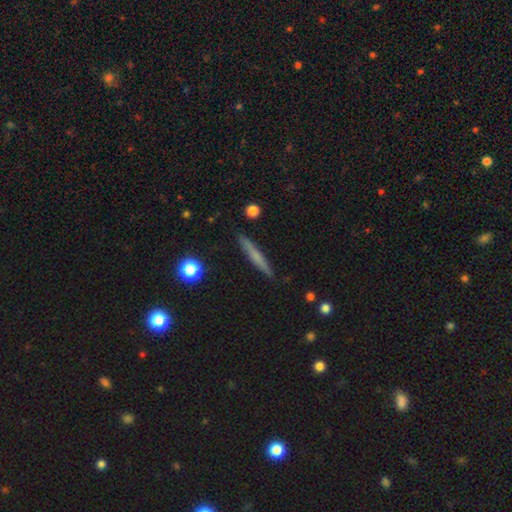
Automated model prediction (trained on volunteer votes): Smooth or featured? smooth (57%)
How rounded? cigar-shaped (94%)
Merging? none (90%)